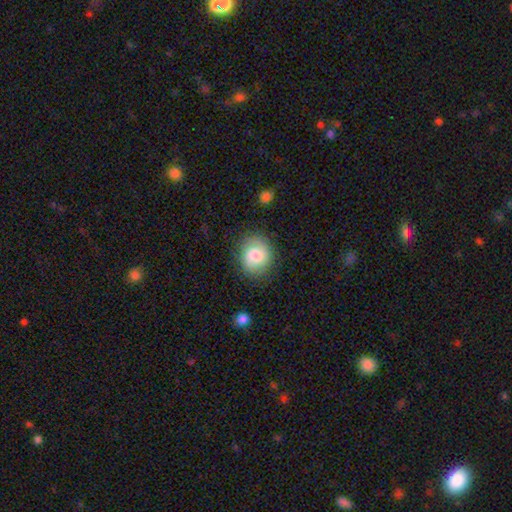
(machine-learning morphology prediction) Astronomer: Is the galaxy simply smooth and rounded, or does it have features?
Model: smooth — 74%.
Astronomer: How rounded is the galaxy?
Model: round — 71%.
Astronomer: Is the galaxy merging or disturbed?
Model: none — 81%.